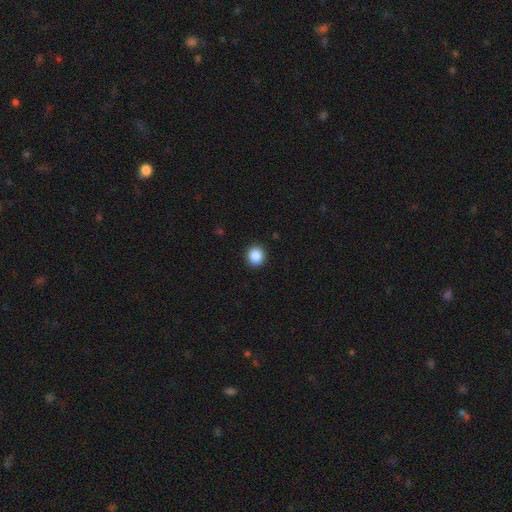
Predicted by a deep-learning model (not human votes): Smooth or featured? Predicted: smooth (p=0.88). How rounded? Predicted: round (p=0.89). Merging? Predicted: none (p=0.92).